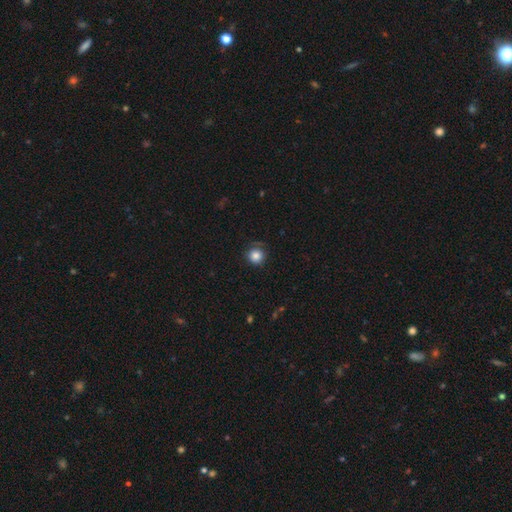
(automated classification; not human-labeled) smooth 83%, star or artifact 11%, featured or disk 7%. Down the decision tree: how rounded — round (93%); merging — none (78%).